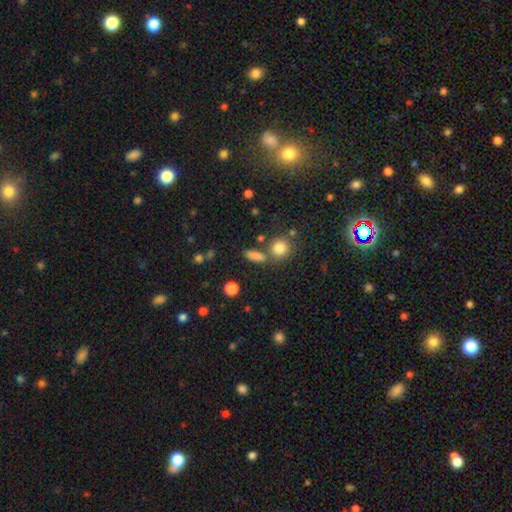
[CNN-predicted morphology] smooth-or-featured: smooth: 78% | star or artifact: 14% | featured or disk: 7%
  how-rounded: in between: 54% | cigar-shaped: 27% | round: 20%
  merging: none: 72% | merger: 12% | minor disturbance: 12% | major disturbance: 4%